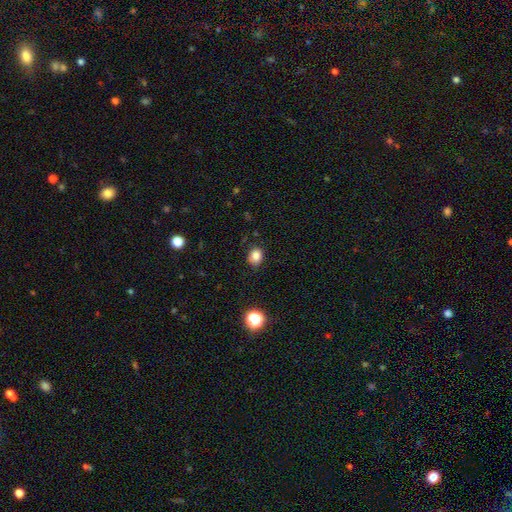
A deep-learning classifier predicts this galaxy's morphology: smooth_or_featured: smooth (p=0.83) [alt: star or artifact p=0.12]
how_rounded: round (p=0.53) [alt: in between p=0.46]
merging: none (p=0.80) [alt: minor disturbance p=0.15]